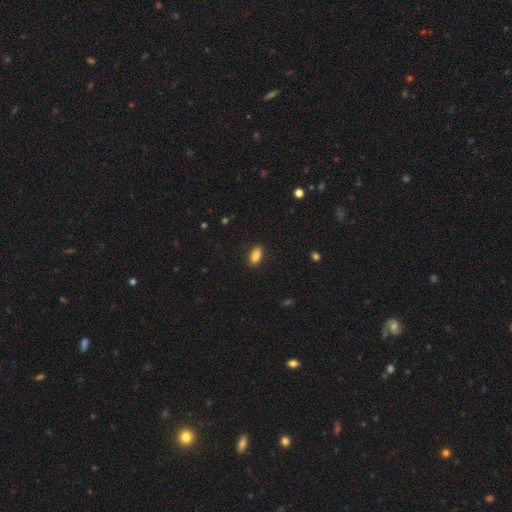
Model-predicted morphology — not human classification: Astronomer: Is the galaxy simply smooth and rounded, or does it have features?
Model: smooth — 86%.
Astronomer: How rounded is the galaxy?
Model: in between — 86%.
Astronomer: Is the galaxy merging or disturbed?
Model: none — 88%.